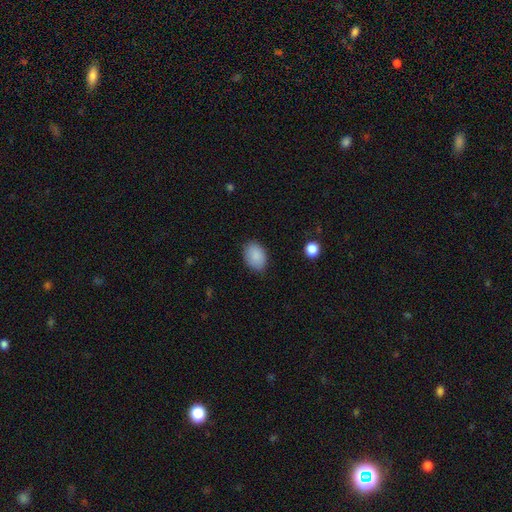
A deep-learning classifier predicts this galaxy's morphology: Smooth or featured: smooth — 89% (star or artifact — 7%)
How rounded: in between — 82% (round — 17%)
Merging: none — 83% (minor disturbance — 13%)